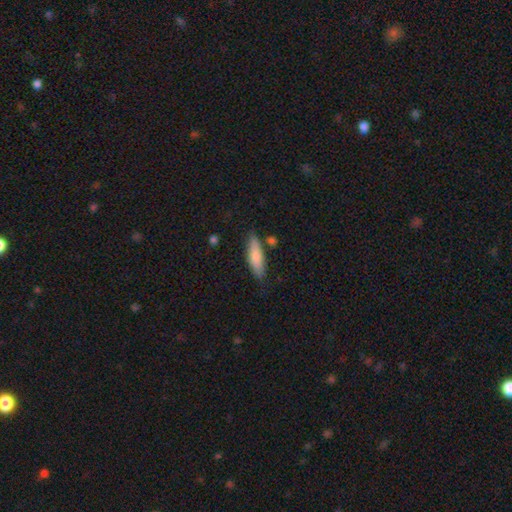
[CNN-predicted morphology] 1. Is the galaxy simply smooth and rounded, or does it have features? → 80% smooth, 14% featured or disk, 6% star or artifact.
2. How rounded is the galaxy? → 54% cigar-shaped, 44% in between, 2% round.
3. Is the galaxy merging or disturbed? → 74% none, 17% minor disturbance, 5% merger, 4% major disturbance.